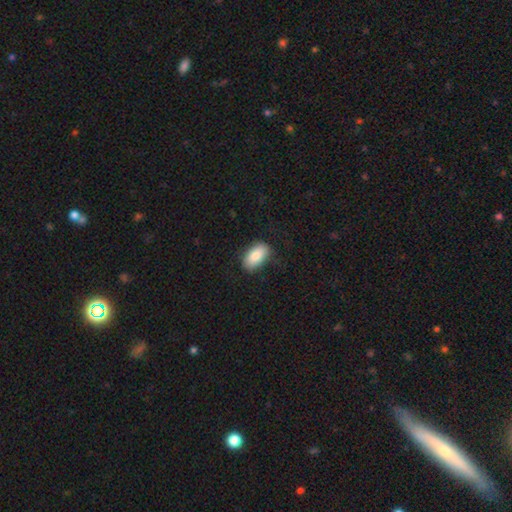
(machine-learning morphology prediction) Smooth or featured? smooth (85%)
How rounded? in between (93%)
Merging? none (80%)